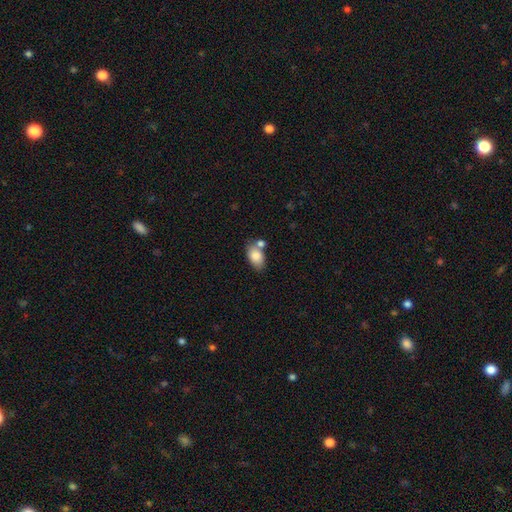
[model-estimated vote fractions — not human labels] This is clearly a smooth galaxy (83%). How rounded: clearly in between (90%). Merging: possibly none (55%).